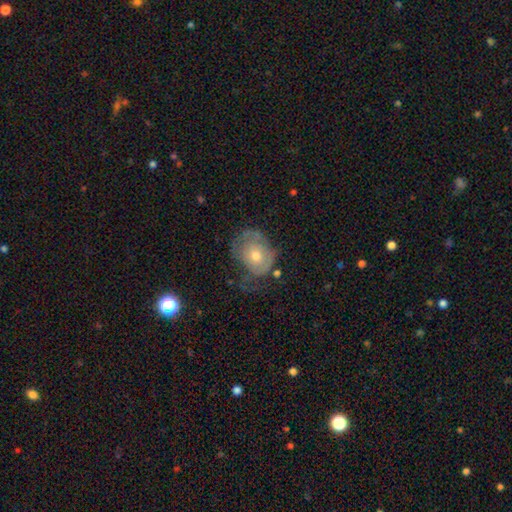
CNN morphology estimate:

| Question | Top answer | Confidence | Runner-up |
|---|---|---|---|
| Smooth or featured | featured or disk | 51% | smooth (40%) |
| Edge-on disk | no | 96% | yes (4%) |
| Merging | none | 42% | minor disturbance (29%) |